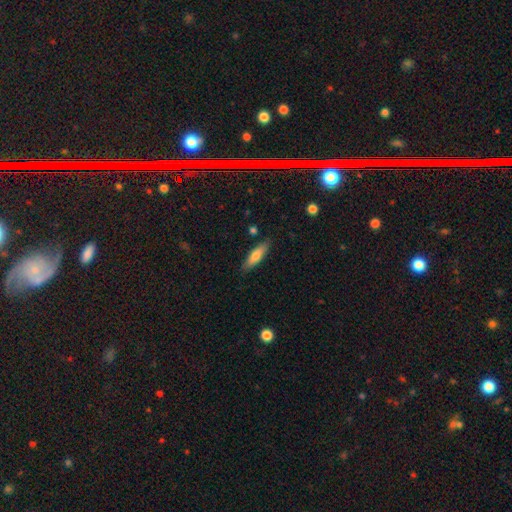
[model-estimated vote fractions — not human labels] smooth 69%, featured or disk 24%, star or artifact 6%. Down the decision tree: how rounded — cigar-shaped (64%); merging — none (85%).